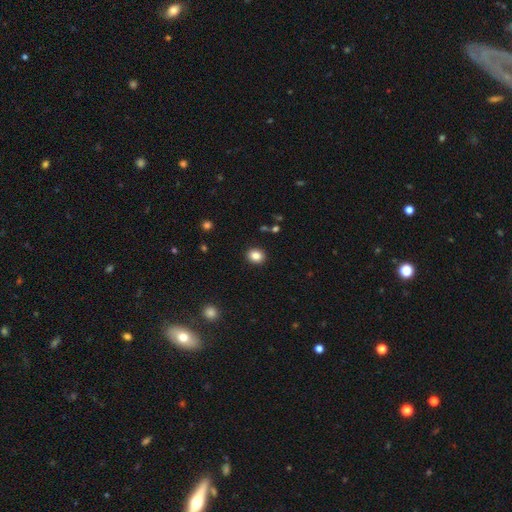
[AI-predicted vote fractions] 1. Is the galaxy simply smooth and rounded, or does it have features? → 85% smooth, 10% star or artifact, 5% featured or disk.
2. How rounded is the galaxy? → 63% round, 36% in between, 1% cigar-shaped.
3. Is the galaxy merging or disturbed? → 91% none, 6% minor disturbance, 2% major disturbance, 1% merger.